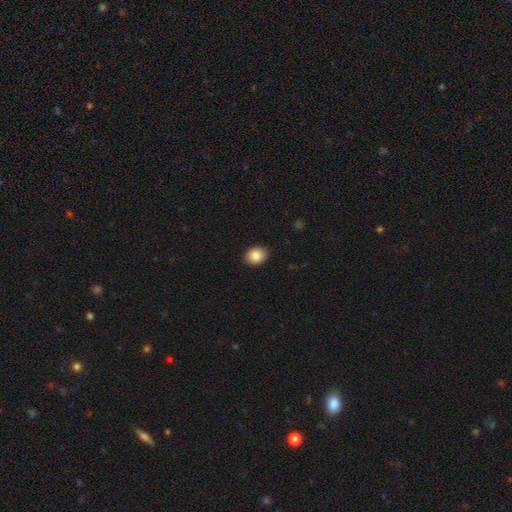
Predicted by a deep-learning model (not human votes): Smooth or featured: smooth — 87% (star or artifact — 8%)
How rounded: round — 54% (in between — 45%)
Merging: none — 89% (minor disturbance — 8%)